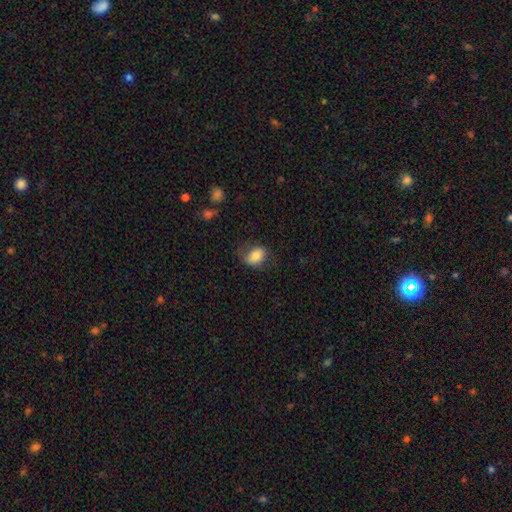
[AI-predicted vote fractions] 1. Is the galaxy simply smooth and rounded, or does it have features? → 74% smooth, 18% featured or disk, 8% star or artifact.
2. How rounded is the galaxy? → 77% in between, 21% round, 1% cigar-shaped.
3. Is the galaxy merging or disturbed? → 57% none, 26% minor disturbance, 15% major disturbance, 2% merger.